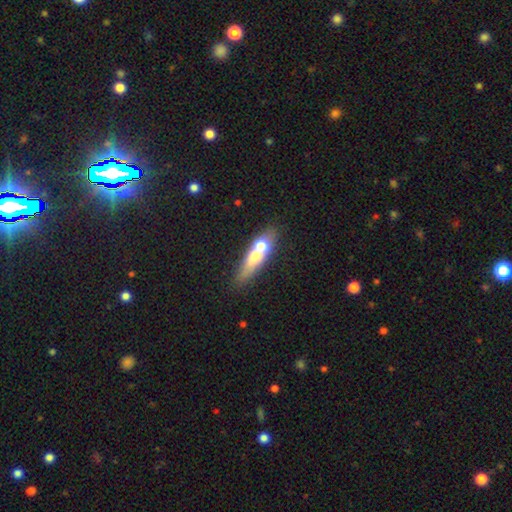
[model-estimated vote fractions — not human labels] smooth-or-featured: smooth: 52% | featured or disk: 39% | star or artifact: 9%
  how-rounded: cigar-shaped: 52% | in between: 41% | round: 7%
  merging: merger: 43% | none: 41% | minor disturbance: 10% | major disturbance: 6%